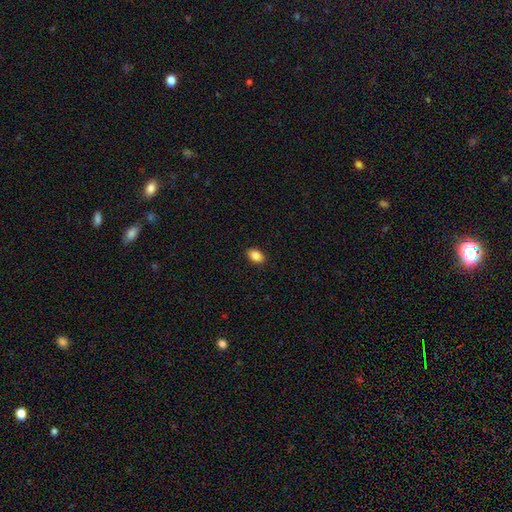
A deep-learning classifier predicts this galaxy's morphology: Smooth or featured? smooth (86%)
How rounded? in between (87%)
Merging? none (90%)